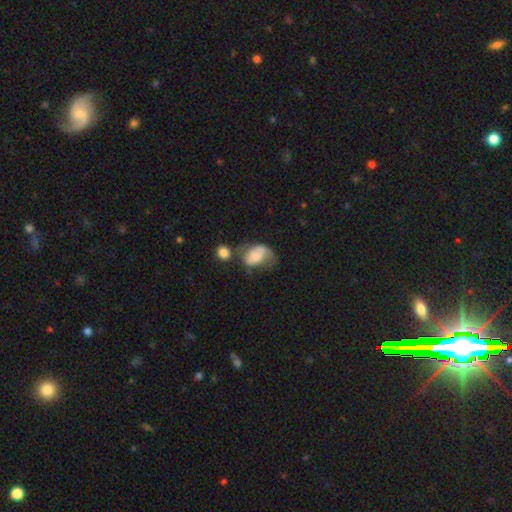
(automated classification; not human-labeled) Smooth or featured? smooth (59%)
How rounded? in between (76%)
Merging? major disturbance (33%)